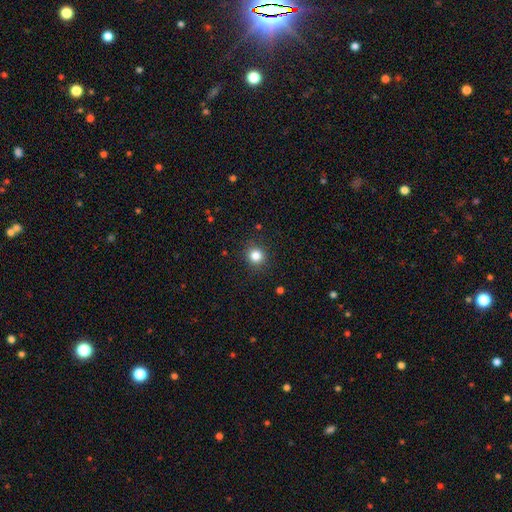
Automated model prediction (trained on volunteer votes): smooth_or_featured: smooth (p=0.83) [alt: star or artifact p=0.12]
how_rounded: round (p=0.91) [alt: in between p=0.08]
merging: none (p=0.90) [alt: minor disturbance p=0.07]